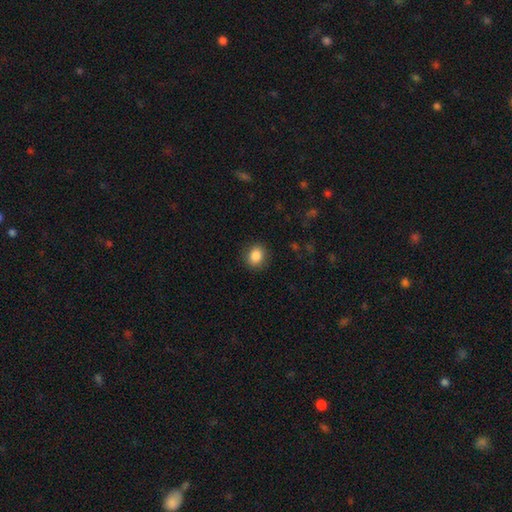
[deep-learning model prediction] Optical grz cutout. It shows a smooth galaxy with no disk features (87%) that is round (67%). Merging: none (86%).